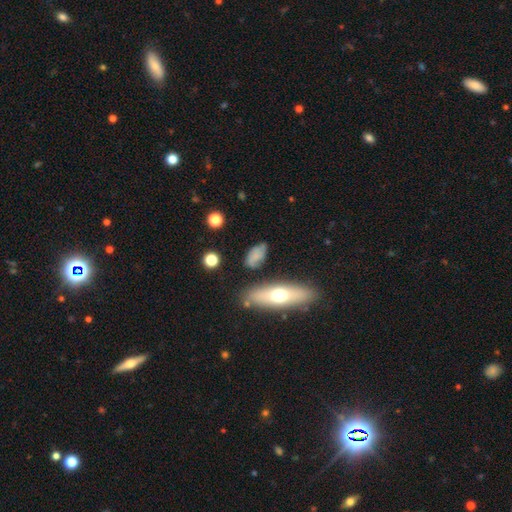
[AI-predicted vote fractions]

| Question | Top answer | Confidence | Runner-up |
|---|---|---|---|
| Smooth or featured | smooth | 63% | featured or disk (27%) |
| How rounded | in between | 84% | cigar-shaped (10%) |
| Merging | none | 69% | minor disturbance (21%) |